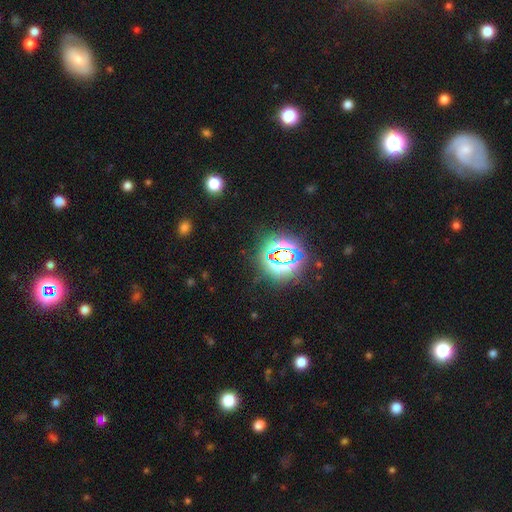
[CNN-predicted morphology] This appears to be a star or artifact, not a galaxy (77%).